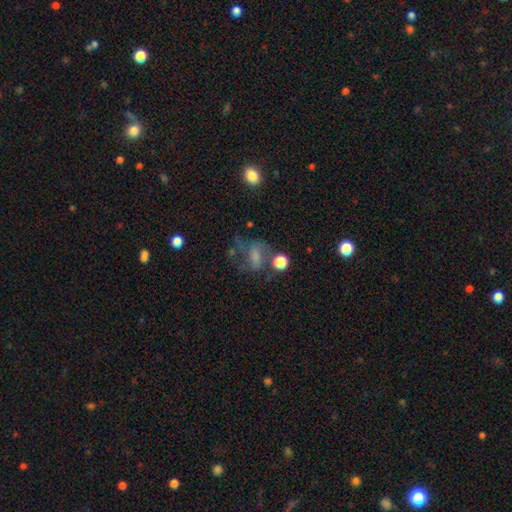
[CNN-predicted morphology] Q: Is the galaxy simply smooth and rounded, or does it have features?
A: featured or disk — 43%.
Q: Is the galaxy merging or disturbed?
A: none — 46%.